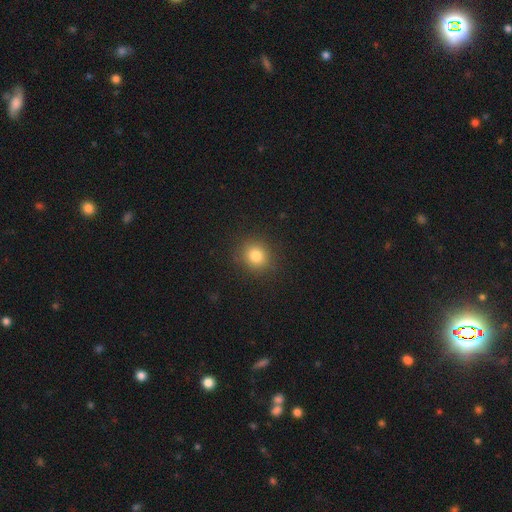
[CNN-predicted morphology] smooth_or_featured: smooth (p=0.82) [alt: star or artifact p=0.12]
how_rounded: round (p=0.83) [alt: in between p=0.16]
merging: none (p=0.88) [alt: minor disturbance p=0.08]